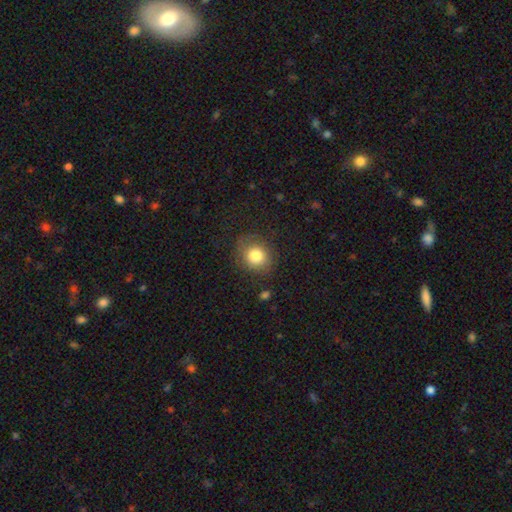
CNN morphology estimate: A smooth galaxy with no disk features (80%) that is round (74%).

Vote fractions:
- Smooth or featured? smooth: 80% / featured or disk: 11% / star or artifact: 10%
- How rounded? round: 74% / in between: 25% / cigar-shaped: 1%
- Merging? none: 78% / minor disturbance: 14% / major disturbance: 6% / merger: 2%